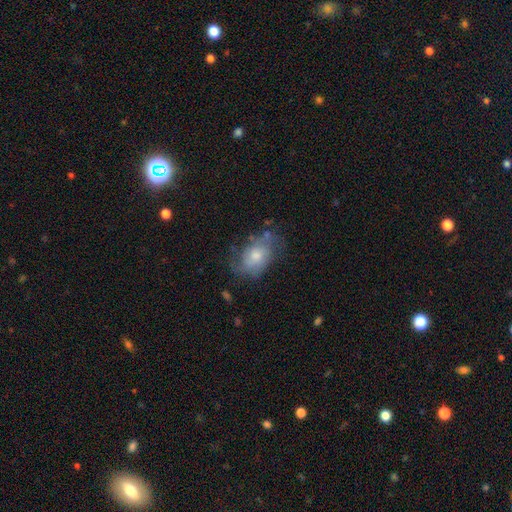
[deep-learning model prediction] smooth_or_featured: featured or disk (p=0.48) [alt: smooth p=0.42]
merging: none (p=0.59) [alt: minor disturbance p=0.26]